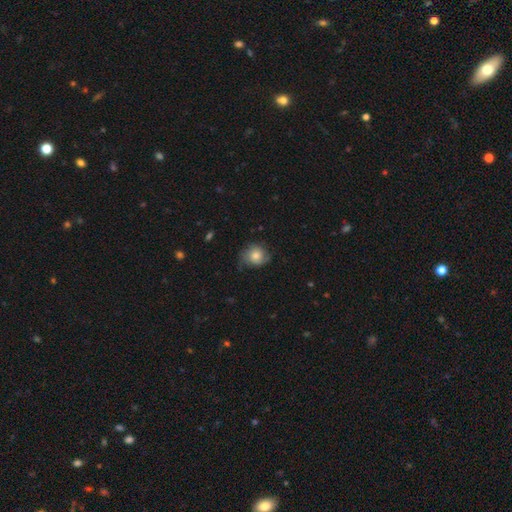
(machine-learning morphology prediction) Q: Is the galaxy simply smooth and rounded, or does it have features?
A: smooth — 59%.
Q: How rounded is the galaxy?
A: round — 74%.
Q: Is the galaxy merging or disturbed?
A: none — 62%.